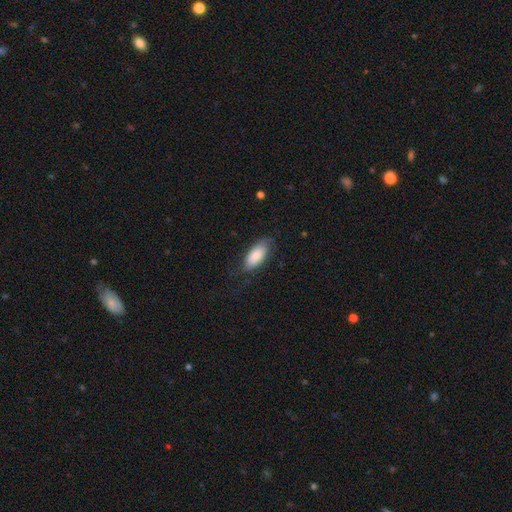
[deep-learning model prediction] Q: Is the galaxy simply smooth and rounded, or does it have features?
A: smooth — 78%.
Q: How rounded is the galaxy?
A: in between — 89%.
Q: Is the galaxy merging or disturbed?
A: none — 67%.